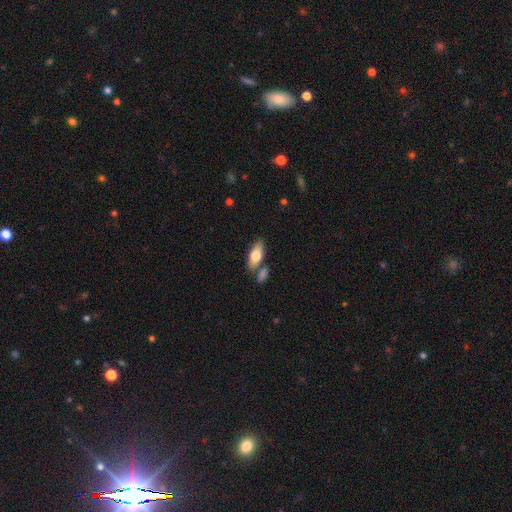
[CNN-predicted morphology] This is likely a smooth galaxy (73%). How rounded: clearly in between (81%). Merging: likely none (66%).